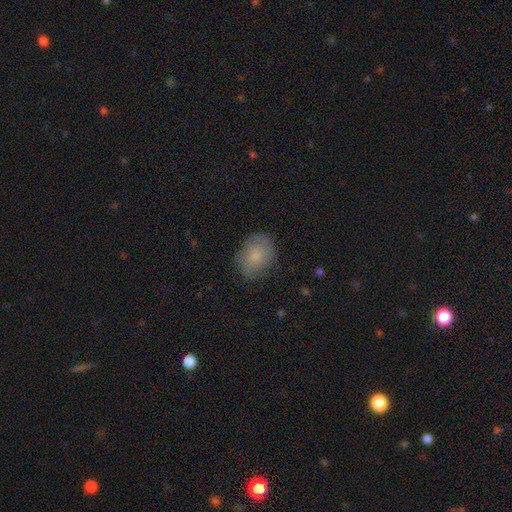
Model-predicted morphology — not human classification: type=smooth (65%); roundness=in between (58%); merging=none (75%).